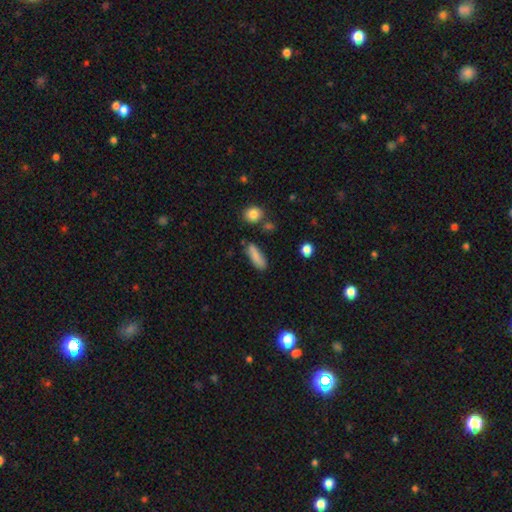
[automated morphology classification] A smooth galaxy with no disk features (84%) that is in between round and cigar-shaped (52%).

Vote fractions:
- Smooth or featured? smooth: 84% / featured or disk: 8% / star or artifact: 8%
- How rounded? in between: 52% / cigar-shaped: 45% / round: 3%
- Merging? none: 76% / minor disturbance: 16% / merger: 5% / major disturbance: 4%